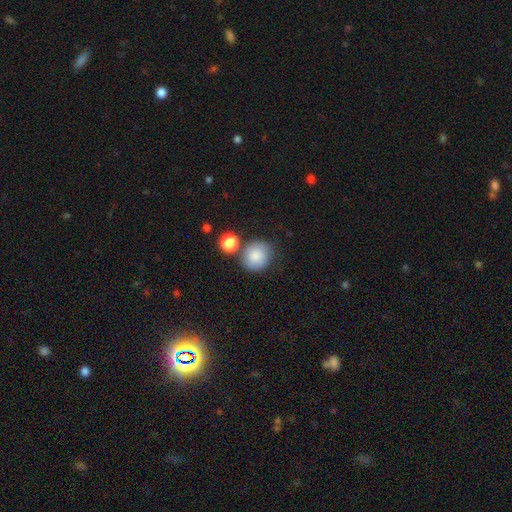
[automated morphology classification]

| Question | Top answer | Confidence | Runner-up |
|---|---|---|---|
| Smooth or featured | smooth | 76% | featured or disk (15%) |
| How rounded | round | 86% | in between (13%) |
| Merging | none | 67% | minor disturbance (16%) |